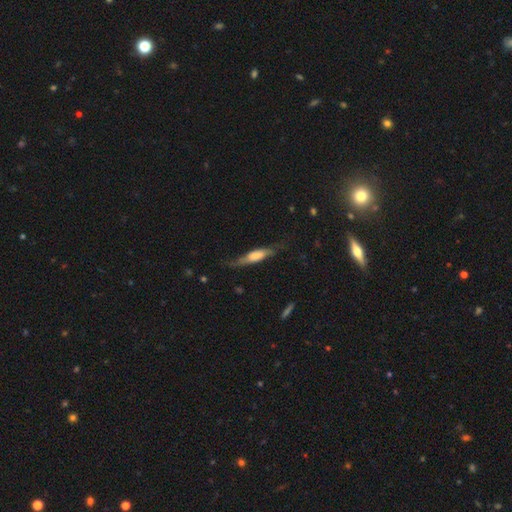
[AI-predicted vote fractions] This is possibly a featured or disk galaxy (48%). Merging: possibly none (57%).